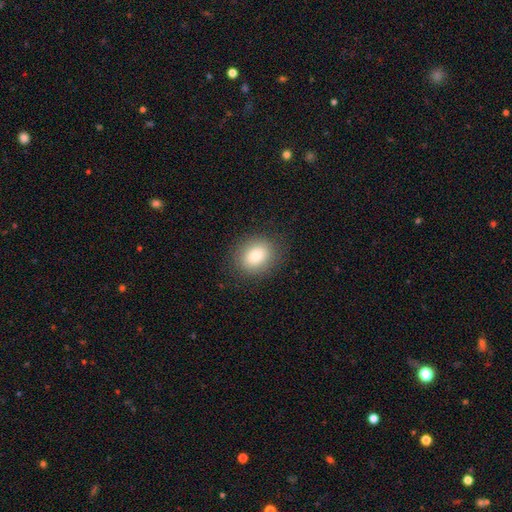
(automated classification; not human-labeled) Overall: smooth (83%). How rounded: round (50%; in between 49%). Merging: none (85%).